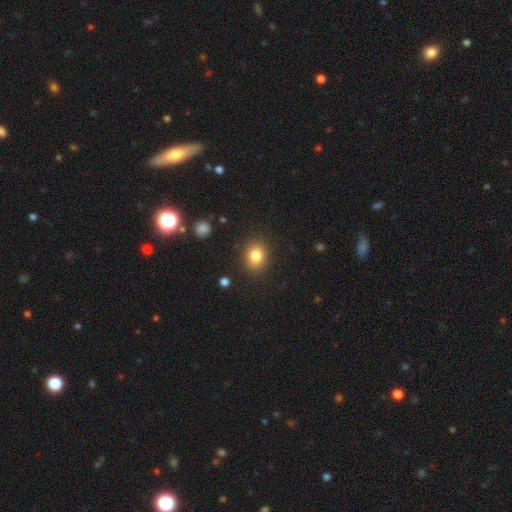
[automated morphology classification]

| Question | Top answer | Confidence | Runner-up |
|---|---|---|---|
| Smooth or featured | smooth | 82% | star or artifact (11%) |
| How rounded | round | 56% | in between (43%) |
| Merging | none | 88% | minor disturbance (8%) |